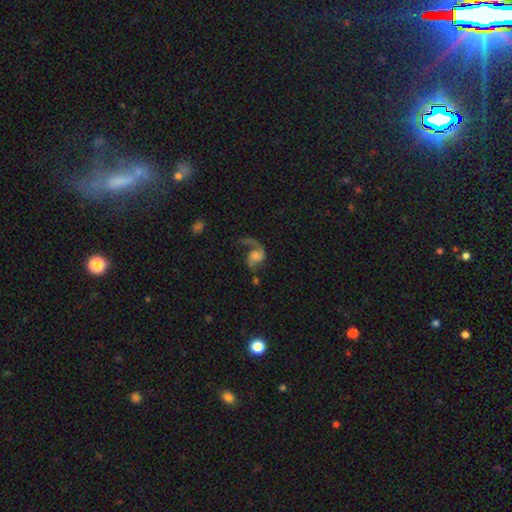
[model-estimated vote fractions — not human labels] A featured or disk galaxy (81%) with no bar (60%), 2 (66%) loose (65%) spiral arms (95%) and no central bulge (27%).

Vote fractions:
- Smooth or featured? featured or disk: 81% / smooth: 12% / star or artifact: 7%
- Edge-on disk? no: 98% / yes: 2%
- Bar? no: 60% / weak: 32% / strong: 7%
- Spiral arms? yes: 95% / no: 5%
- Spiral winding? loose: 65% / medium: 29% / tight: 6%
- Spiral arm count? 2: 66% / 1: 30% / can't tell: 2% / 3: 1% / 4: 1% / more than 4: 1%
- Bulge size? none: 27% / moderate: 26% / small: 24% / large: 19% / dominant: 4%
- Merging? none: 45% / major disturbance: 32% / minor disturbance: 17% / merger: 6%